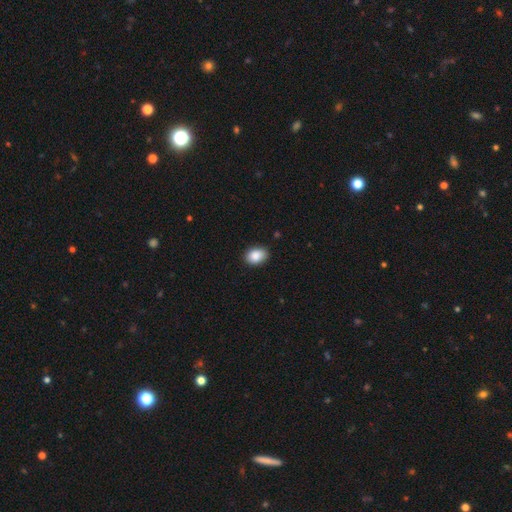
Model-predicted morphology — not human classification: type=smooth (88%); roundness=in between (77%); merging=none (85%).